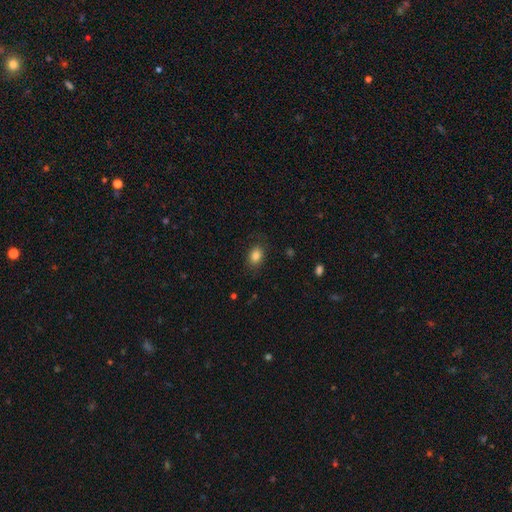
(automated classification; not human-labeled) Overall: smooth (84%). How rounded: in between (75%). Merging: none (81%).